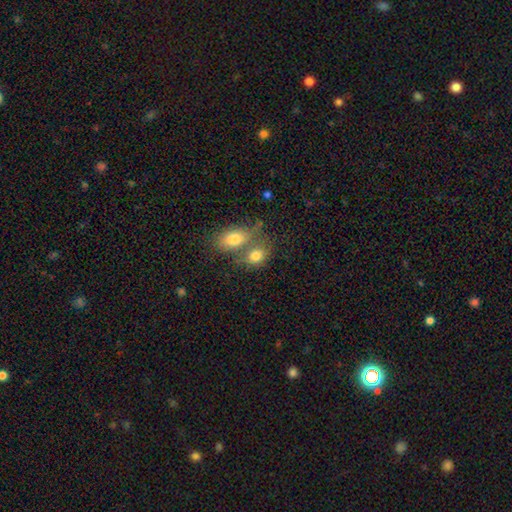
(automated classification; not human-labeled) The model was most divided on "merging": merger: 51%, none: 35%, minor disturbance: 9%, major disturbance: 4%. More confident: smooth or featured — smooth (78%); how rounded — in between (68%).